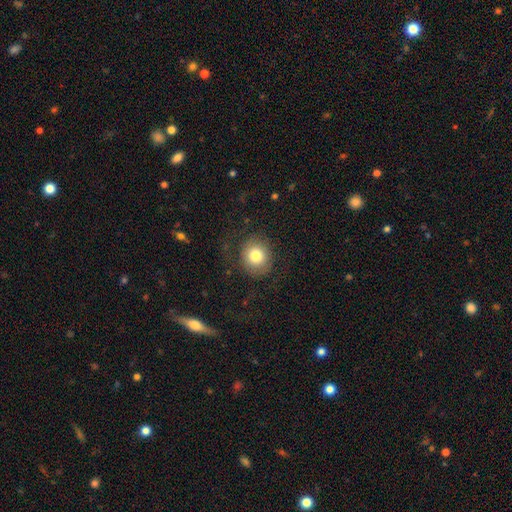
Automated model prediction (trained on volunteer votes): Overall: smooth (77%). How rounded: round (83%). Merging: none (76%).